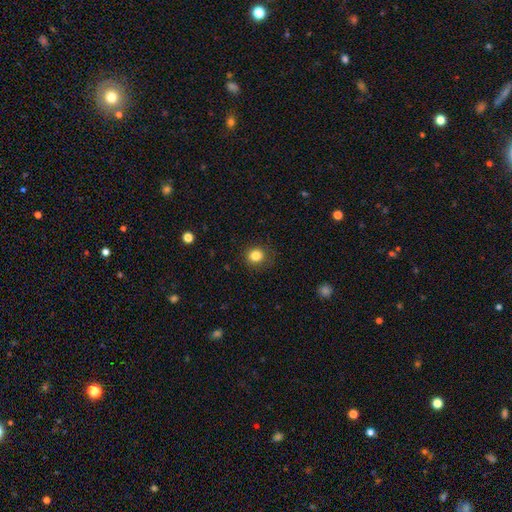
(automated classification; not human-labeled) This is clearly a smooth galaxy (84%). How rounded: clearly round (85%). Merging: clearly none (86%).